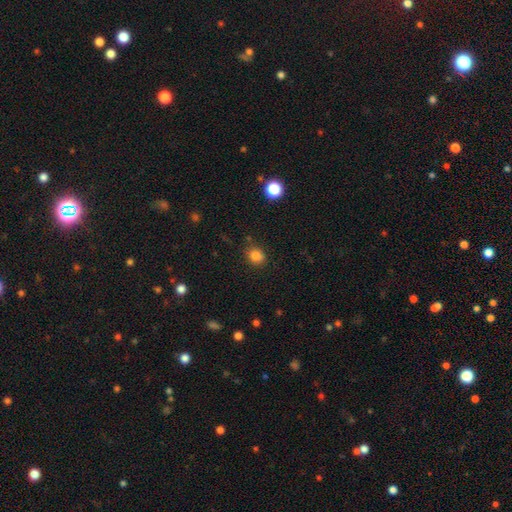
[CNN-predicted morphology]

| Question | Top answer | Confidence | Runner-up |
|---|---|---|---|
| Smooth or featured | smooth | 82% | star or artifact (13%) |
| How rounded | round | 61% | in between (38%) |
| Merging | none | 80% | minor disturbance (14%) |